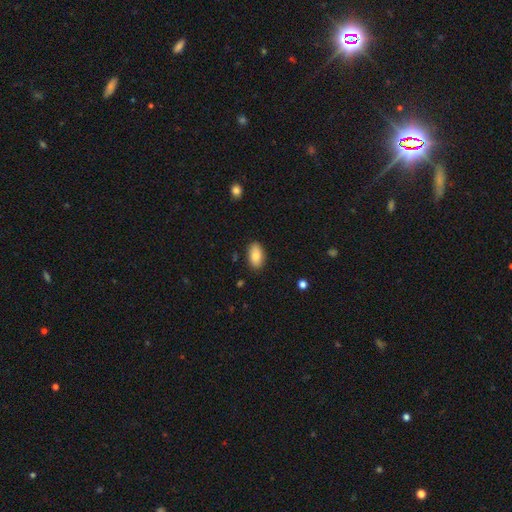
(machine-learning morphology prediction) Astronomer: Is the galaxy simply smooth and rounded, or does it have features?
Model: smooth — 85%.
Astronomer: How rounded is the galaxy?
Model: in between — 94%.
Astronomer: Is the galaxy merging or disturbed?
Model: none — 86%.